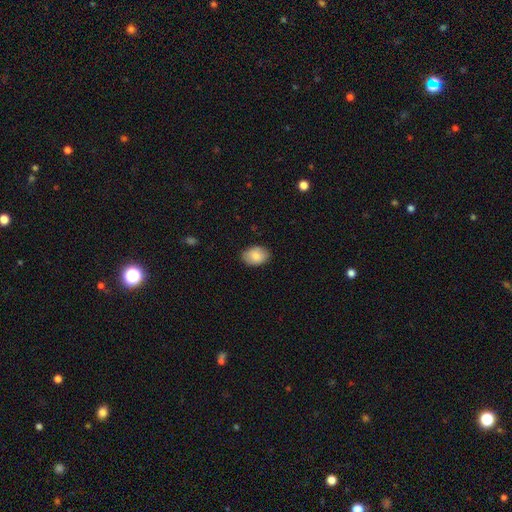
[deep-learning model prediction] Smooth or featured? Predicted: smooth (p=0.85). How rounded? Predicted: in between (p=0.83). Merging? Predicted: none (p=0.85).